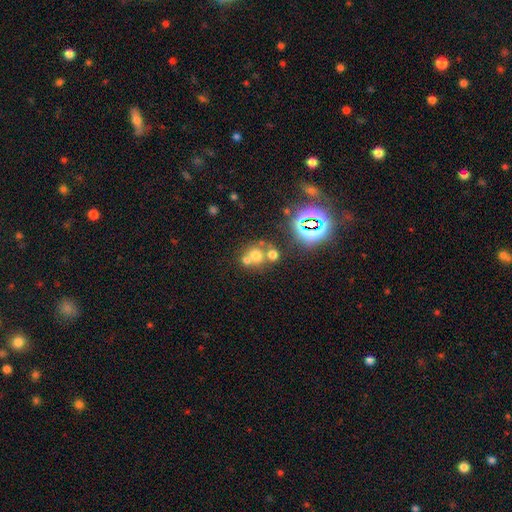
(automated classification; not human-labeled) smooth 59%, star or artifact 26%, featured or disk 15%. Down the decision tree: how rounded — round (83%); merging — none (47%).